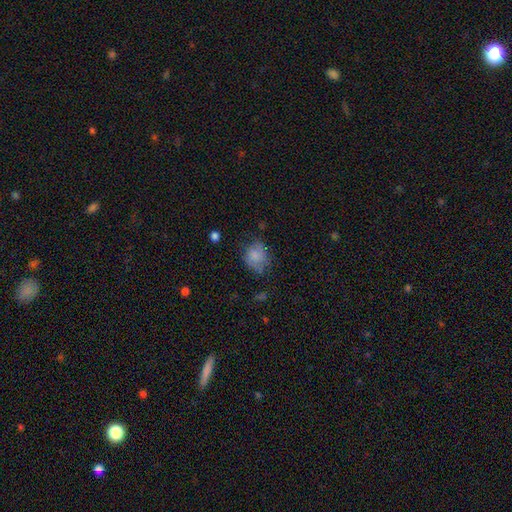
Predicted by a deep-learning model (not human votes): This is likely a smooth galaxy (75%). How rounded: possibly round (55%). Merging: possibly none (53%).